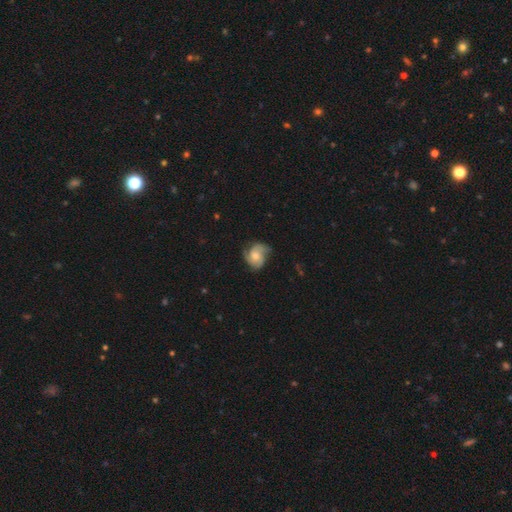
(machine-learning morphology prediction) This appears to be a featured or disk galaxy (72%) with no bar (73%), 3 (52%) medium (47%) spiral arms (94%) and a moderate central bulge (50%). Merging: none (61%).